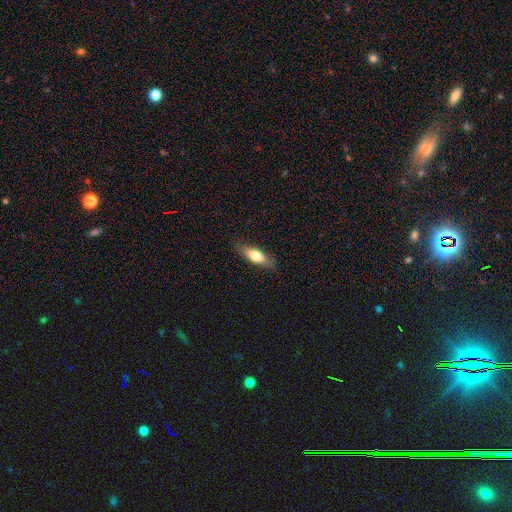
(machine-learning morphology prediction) type=smooth (69%); roundness=in between (59%); merging=none (84%).